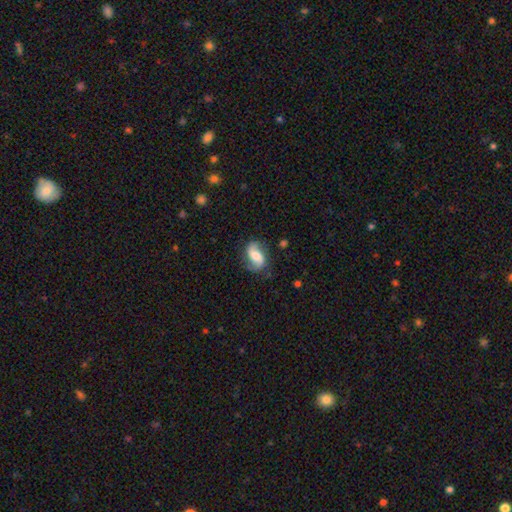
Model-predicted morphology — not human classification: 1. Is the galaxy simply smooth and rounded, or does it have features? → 69% featured or disk, 24% smooth, 7% star or artifact.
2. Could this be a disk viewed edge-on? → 97% no, 3% yes.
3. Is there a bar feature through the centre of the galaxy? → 46% no, 38% weak, 16% strong.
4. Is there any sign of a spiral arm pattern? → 93% yes, 7% no.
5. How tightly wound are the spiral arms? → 60% loose, 30% medium, 10% tight.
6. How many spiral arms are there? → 90% 2, 4% 1, 4% can't tell, 1% 3, 1% 4, 1% more than 4.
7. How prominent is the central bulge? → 56% moderate, 20% small, 17% large, 4% none, 3% dominant.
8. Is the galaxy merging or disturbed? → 74% none, 18% minor disturbance, 7% major disturbance, 2% merger.